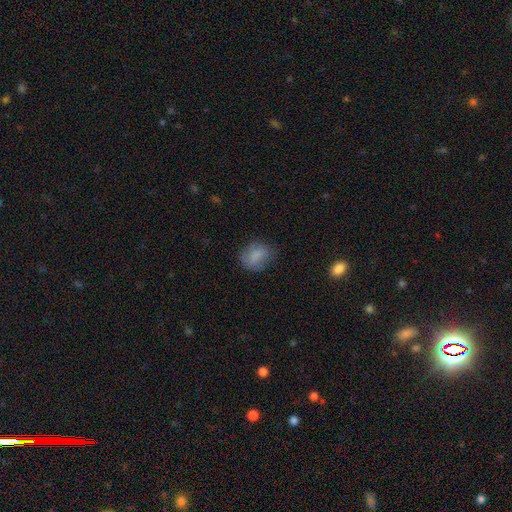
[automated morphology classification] The model was most divided on "how rounded": in between: 56%, round: 43%, cigar-shaped: 2%. More confident: smooth or featured — smooth (79%); merging — none (67%).